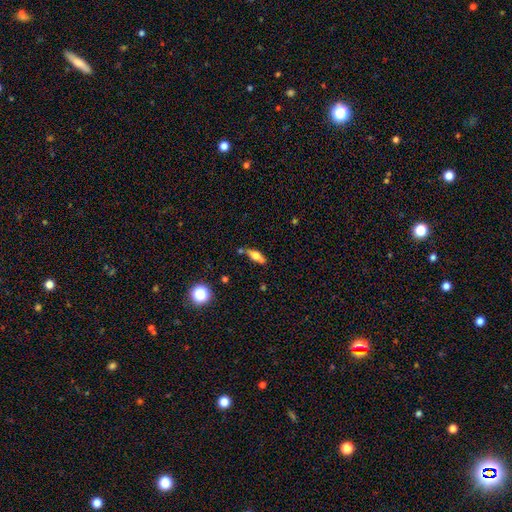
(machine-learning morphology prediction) smooth_or_featured: smooth (p=0.51) [alt: featured or disk p=0.40]
how_rounded: in between (p=0.57) [alt: cigar-shaped p=0.39]
merging: none (p=0.66) [alt: minor disturbance p=0.19]